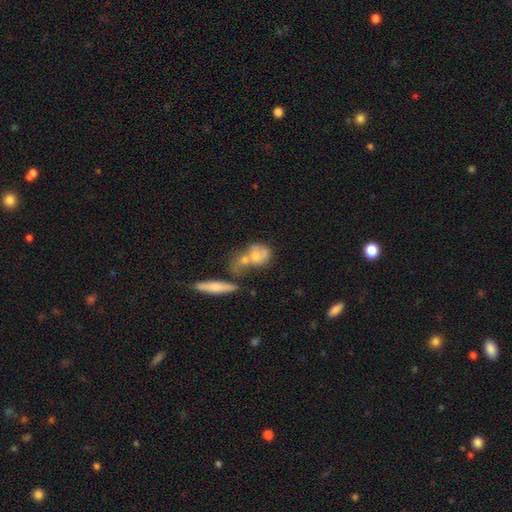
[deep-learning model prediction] Q: Smooth or featured?
A: featured or disk (46%); runner-up: smooth (43%)
Q: Merging?
A: merger (48%); runner-up: none (30%)